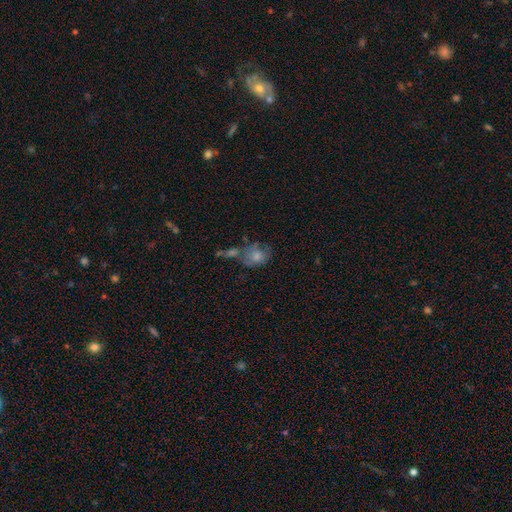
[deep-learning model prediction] Overall: smooth (69%). How rounded: in between (53%; round 46%). Merging: none (35%; merger 28%).